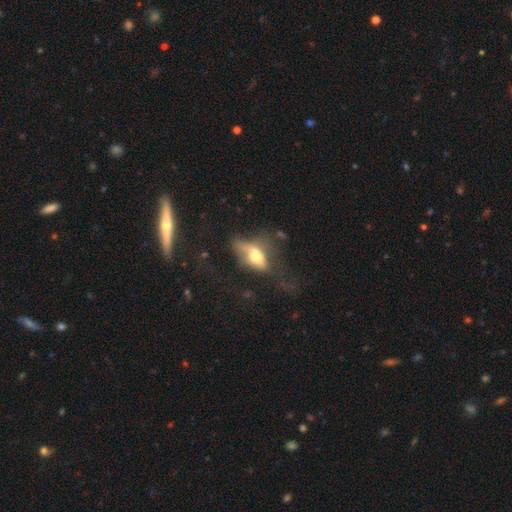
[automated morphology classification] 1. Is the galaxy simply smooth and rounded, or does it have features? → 54% smooth, 35% featured or disk, 11% star or artifact.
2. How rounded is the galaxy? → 80% in between, 12% cigar-shaped, 8% round.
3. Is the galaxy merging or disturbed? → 45% major disturbance, 22% none, 21% minor disturbance, 12% merger.